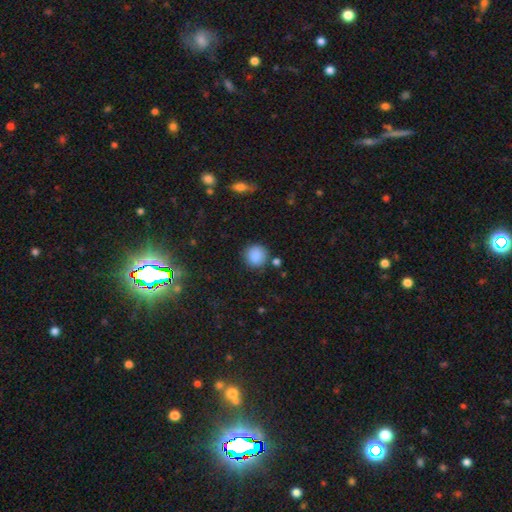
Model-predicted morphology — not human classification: smooth-or-featured: smooth: 87% | star or artifact: 9% | featured or disk: 4%
  how-rounded: round: 92% | in between: 7% | cigar-shaped: 1%
  merging: none: 83% | minor disturbance: 10% | merger: 4% | major disturbance: 3%